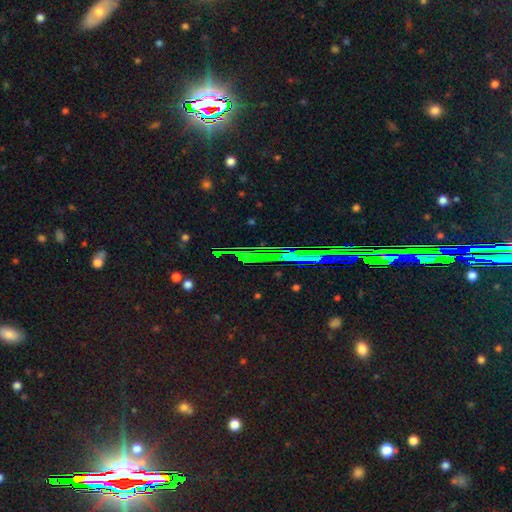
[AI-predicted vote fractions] smooth_or_featured: star or artifact (p=0.80) [alt: smooth p=0.11]